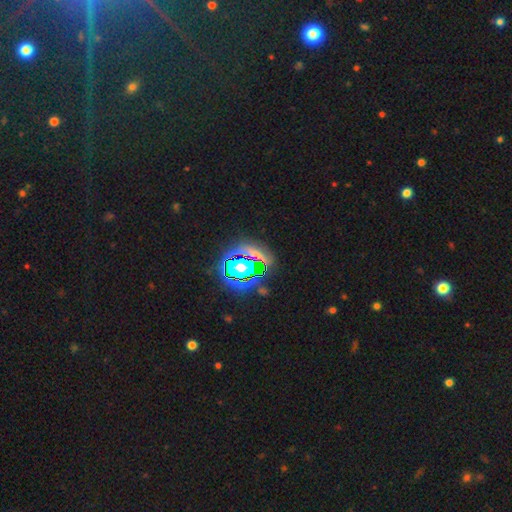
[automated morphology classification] Smooth or featured? Predicted: star or artifact (p=0.68).